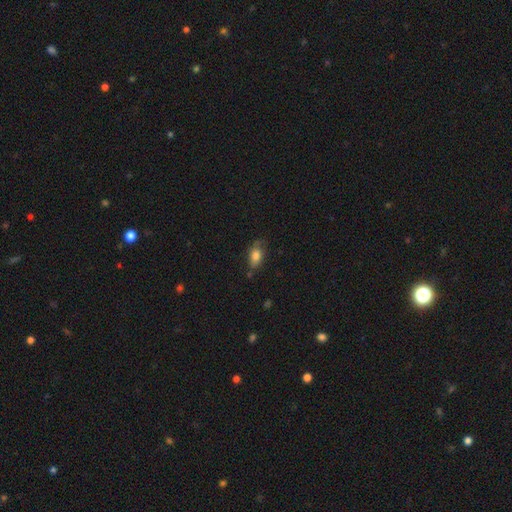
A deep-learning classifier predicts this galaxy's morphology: smooth 77%, featured or disk 14%, star or artifact 9%. Down the decision tree: how rounded — in between (85%); merging — none (59%).